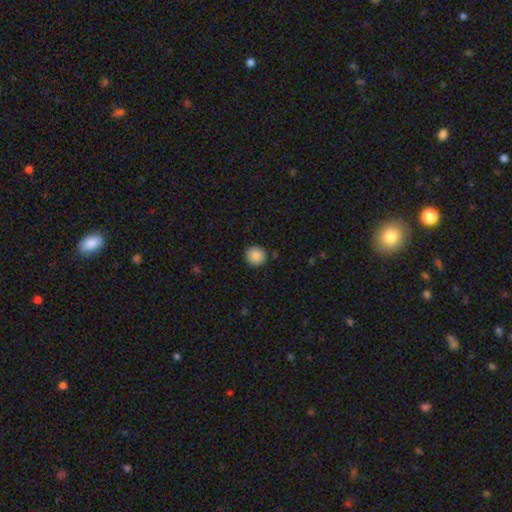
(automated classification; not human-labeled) smooth 88%, star or artifact 8%, featured or disk 4%. Down the decision tree: how rounded — round (94%); merging — none (90%).